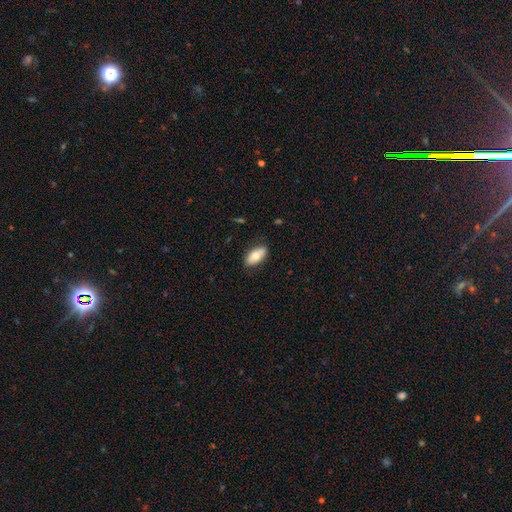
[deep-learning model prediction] smooth-or-featured: smooth: 69% | featured or disk: 24% | star or artifact: 7%
  how-rounded: in between: 91% | cigar-shaped: 5% | round: 4%
  merging: none: 83% | minor disturbance: 13% | major disturbance: 2% | merger: 1%